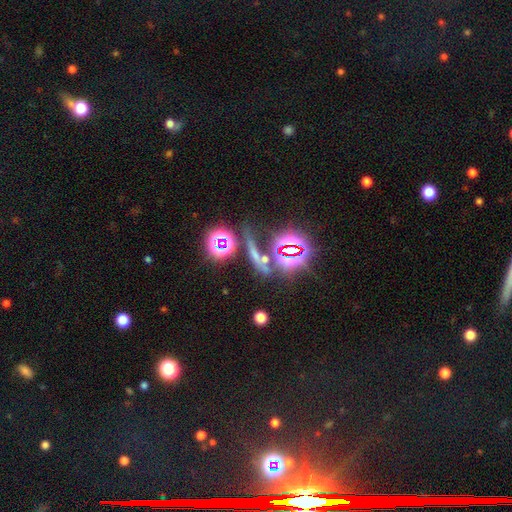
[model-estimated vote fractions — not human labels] smooth_or_featured: star or artifact (p=0.55) [alt: smooth p=0.29]